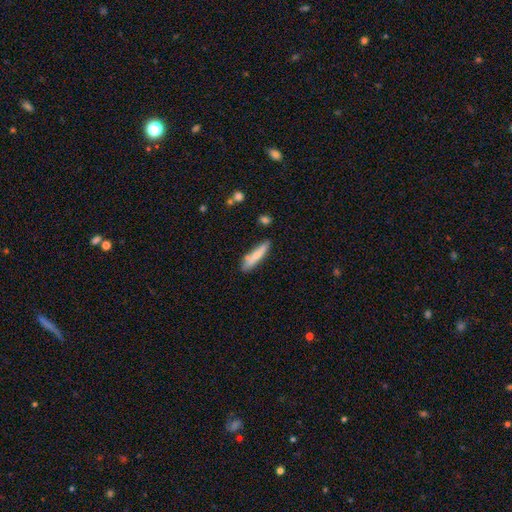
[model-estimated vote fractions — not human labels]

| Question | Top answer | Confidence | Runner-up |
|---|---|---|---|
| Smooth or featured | smooth | 74% | featured or disk (20%) |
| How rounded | cigar-shaped | 81% | in between (18%) |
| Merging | none | 72% | minor disturbance (18%) |